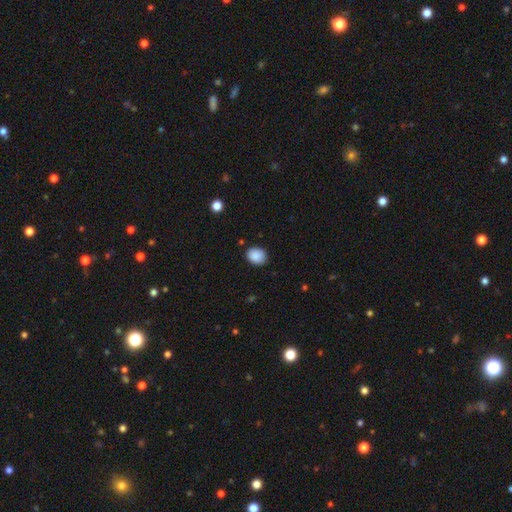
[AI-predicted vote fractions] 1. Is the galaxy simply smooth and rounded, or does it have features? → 89% smooth, 8% star or artifact, 3% featured or disk.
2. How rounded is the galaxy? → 55% round, 44% in between, 1% cigar-shaped.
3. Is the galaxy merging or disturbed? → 86% none, 10% minor disturbance, 2% major disturbance, 1% merger.